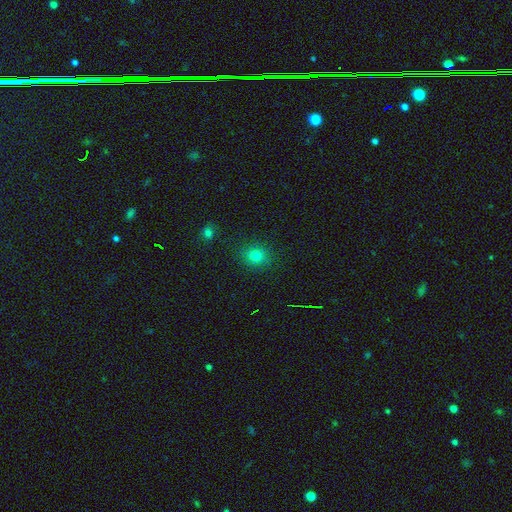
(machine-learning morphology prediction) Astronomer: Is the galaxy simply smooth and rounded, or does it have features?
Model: smooth — 77%.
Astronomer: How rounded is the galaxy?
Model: round — 81%.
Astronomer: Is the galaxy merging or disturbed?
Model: none — 88%.